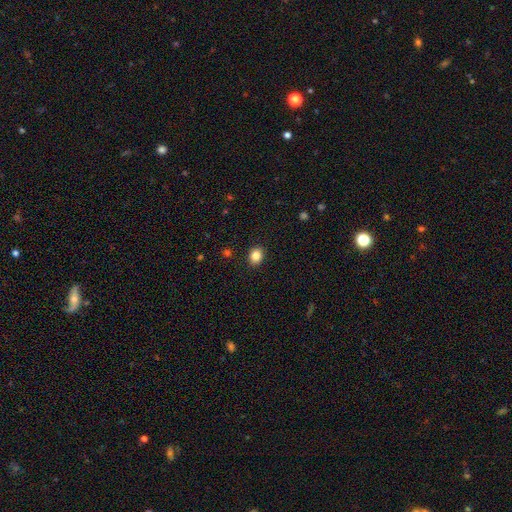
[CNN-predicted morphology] The model was most divided on "how rounded": round: 50%, in between: 49%, cigar-shaped: 1%. More confident: merging — none (90%); smooth or featured — smooth (84%).